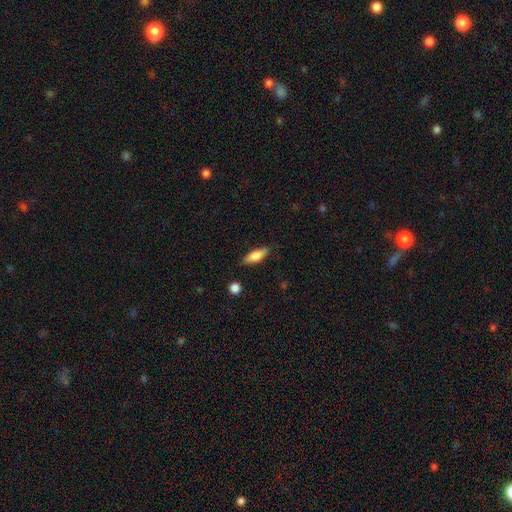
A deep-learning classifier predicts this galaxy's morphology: type=smooth (75%); roundness=in between (64%); merging=none (80%).